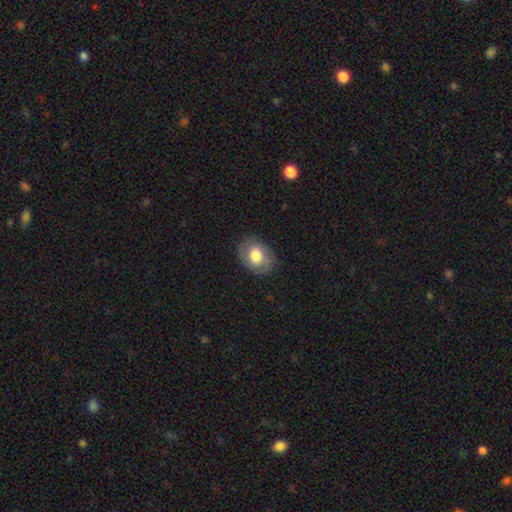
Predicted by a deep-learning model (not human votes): Morphology: type=smooth (69%); roundness=in between (65%); merging=none (81%).